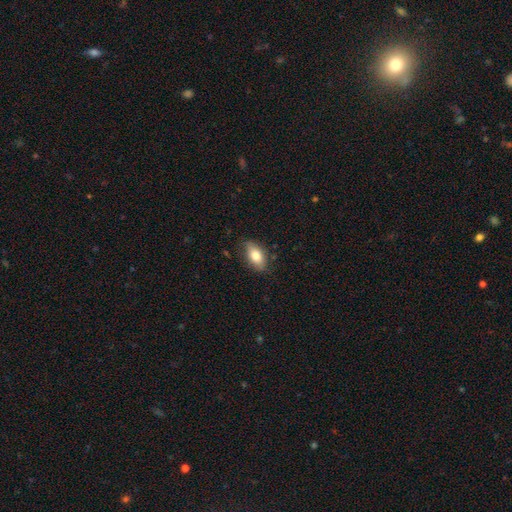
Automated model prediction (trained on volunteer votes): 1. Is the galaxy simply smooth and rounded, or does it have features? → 79% smooth, 14% featured or disk, 7% star or artifact.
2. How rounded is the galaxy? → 89% in between, 6% cigar-shaped, 5% round.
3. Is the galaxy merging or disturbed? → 78% none, 17% minor disturbance, 3% major disturbance, 1% merger.